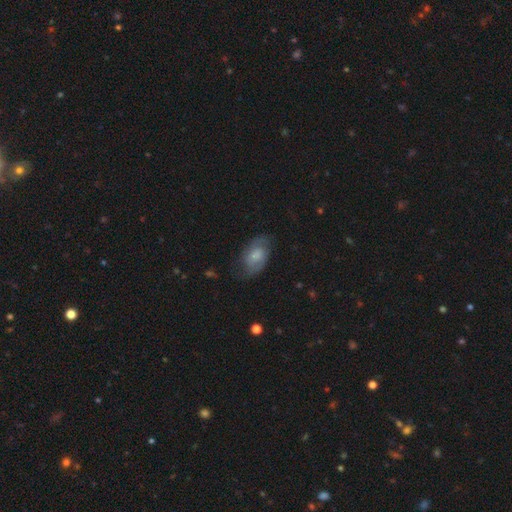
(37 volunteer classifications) Smooth or featured? smooth (54%)
How rounded? in between (85%)
Merging? none (77%)